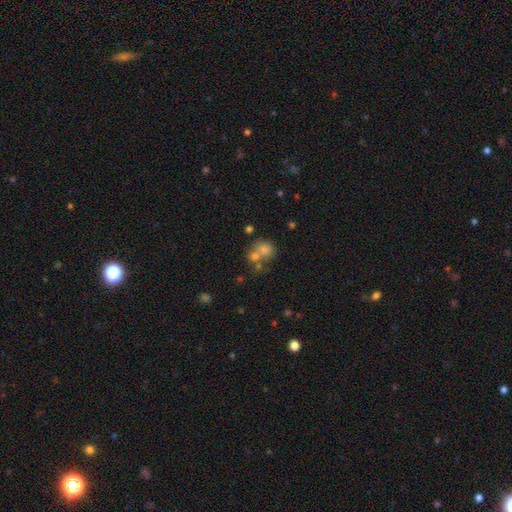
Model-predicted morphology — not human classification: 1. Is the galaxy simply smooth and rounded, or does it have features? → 64% smooth, 21% star or artifact, 15% featured or disk.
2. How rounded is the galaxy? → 78% round, 21% in between, 1% cigar-shaped.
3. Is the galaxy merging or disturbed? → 44% none, 42% merger, 9% minor disturbance, 5% major disturbance.